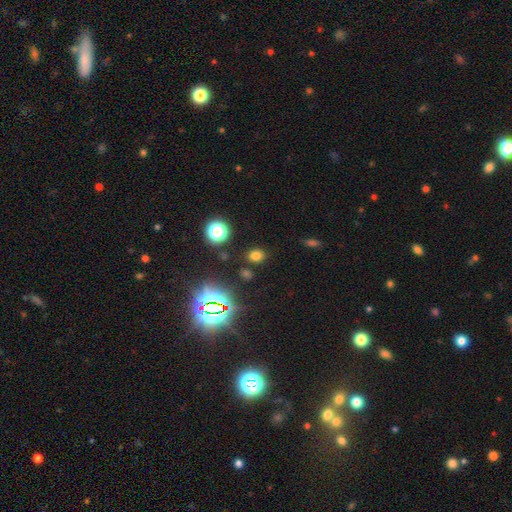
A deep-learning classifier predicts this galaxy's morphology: Smooth or featured? Predicted: smooth (p=0.67). How rounded? Predicted: in between (p=0.53). Merging? Predicted: none (p=0.84).